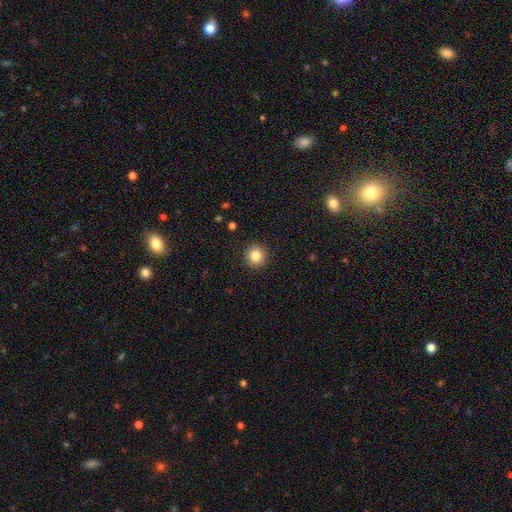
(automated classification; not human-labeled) Smooth or featured? smooth (84%)
How rounded? round (94%)
Merging? none (92%)